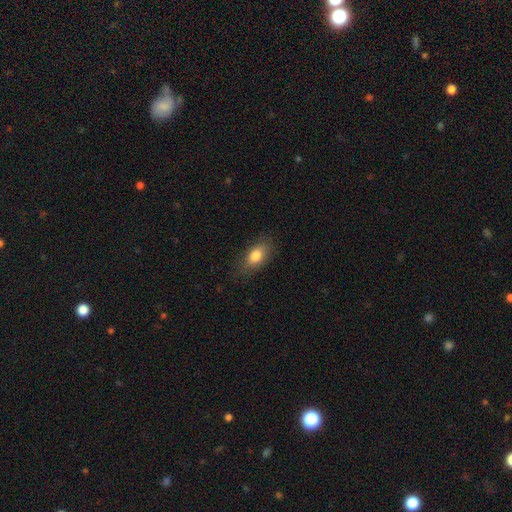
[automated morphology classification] Q: Smooth or featured?
A: smooth (81%); runner-up: featured or disk (11%)
Q: How rounded?
A: in between (86%); runner-up: round (8%)
Q: Merging?
A: none (80%); runner-up: minor disturbance (15%)